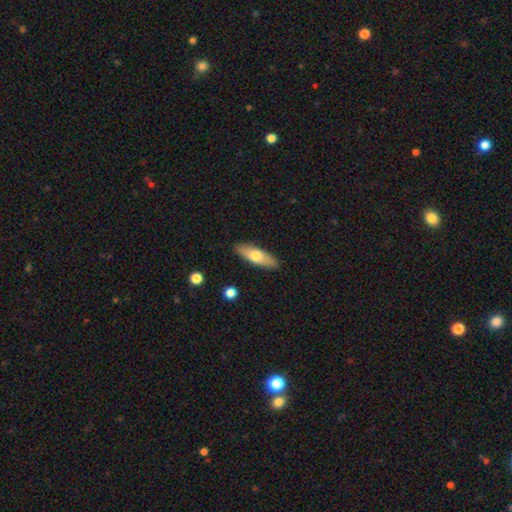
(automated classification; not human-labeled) A smooth galaxy with no disk features (62%) that is in between round and cigar-shaped (53%). Merging: none (89%).